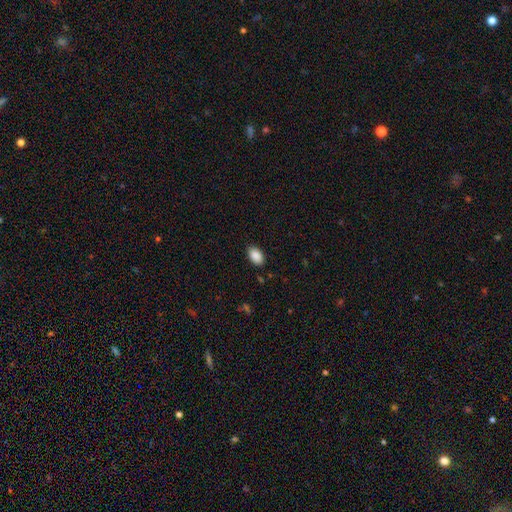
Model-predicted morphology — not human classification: Q: Smooth or featured?
A: smooth (90%); runner-up: star or artifact (7%)
Q: How rounded?
A: in between (93%); runner-up: round (6%)
Q: Merging?
A: none (87%); runner-up: minor disturbance (10%)